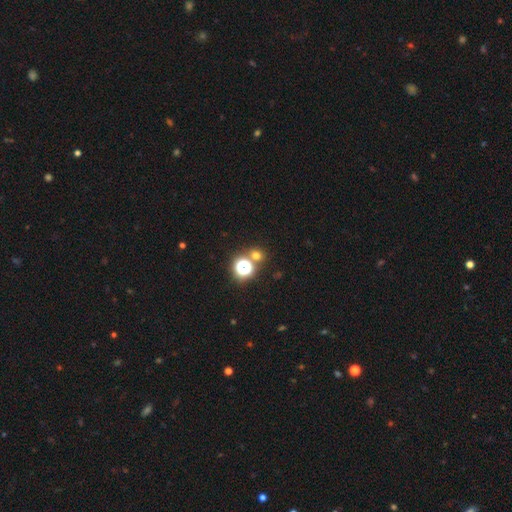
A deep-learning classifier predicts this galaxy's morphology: type=smooth (61%); roundness=round (83%); merging=none (72%).